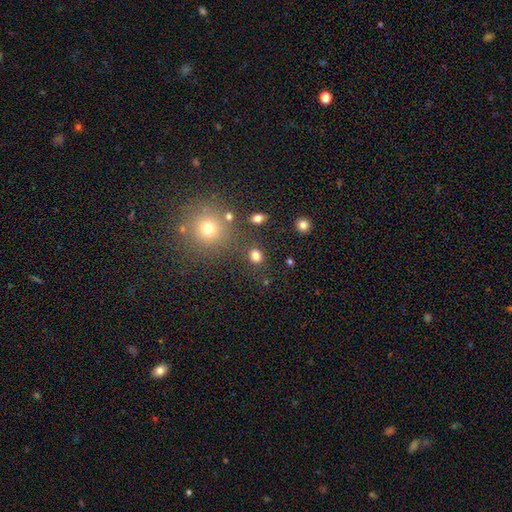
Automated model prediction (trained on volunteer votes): smooth-or-featured: smooth: 79% | star or artifact: 15% | featured or disk: 5%
  how-rounded: round: 69% | in between: 30% | cigar-shaped: 1%
  merging: none: 79% | minor disturbance: 9% | merger: 7% | major disturbance: 4%